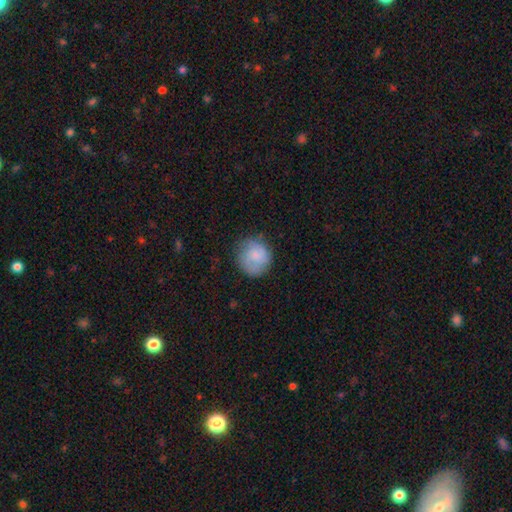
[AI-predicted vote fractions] Q: Smooth or featured?
A: smooth (75%); runner-up: featured or disk (17%)
Q: How rounded?
A: round (88%); runner-up: in between (11%)
Q: Merging?
A: none (68%); runner-up: minor disturbance (23%)